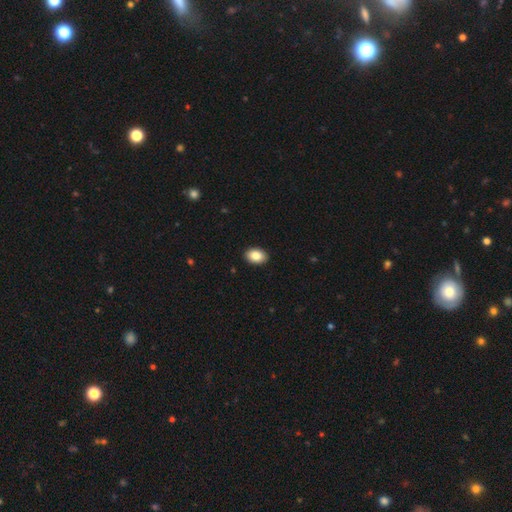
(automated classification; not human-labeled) Smooth or featured? Predicted: smooth (p=0.86). How rounded? Predicted: in between (p=0.82). Merging? Predicted: none (p=0.91).